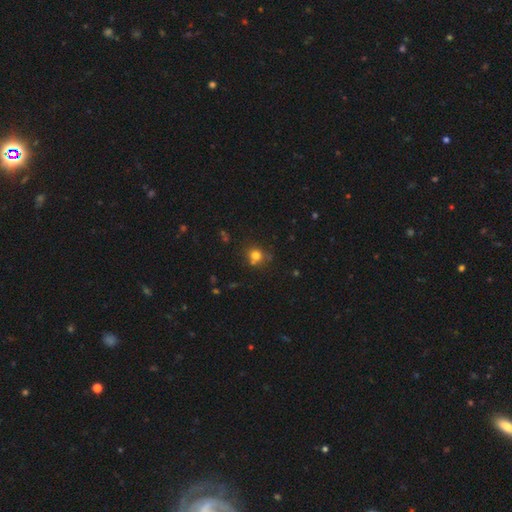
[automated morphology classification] Smooth or featured?
  - smooth: 75% *
  - star or artifact: 16%
  - featured or disk: 9%
How rounded?
  - round: 85% *
  - in between: 14%
  - cigar-shaped: 1%
Merging?
  - none: 69% *
  - merger: 14%
  - minor disturbance: 13%
  - major disturbance: 4%